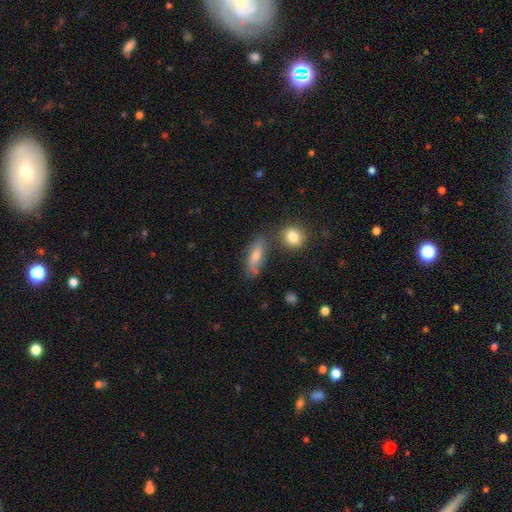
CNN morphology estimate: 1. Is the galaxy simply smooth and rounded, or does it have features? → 61% smooth, 28% featured or disk, 10% star or artifact.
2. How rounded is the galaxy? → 59% in between, 35% cigar-shaped, 6% round.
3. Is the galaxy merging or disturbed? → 65% none, 18% minor disturbance, 11% merger, 5% major disturbance.